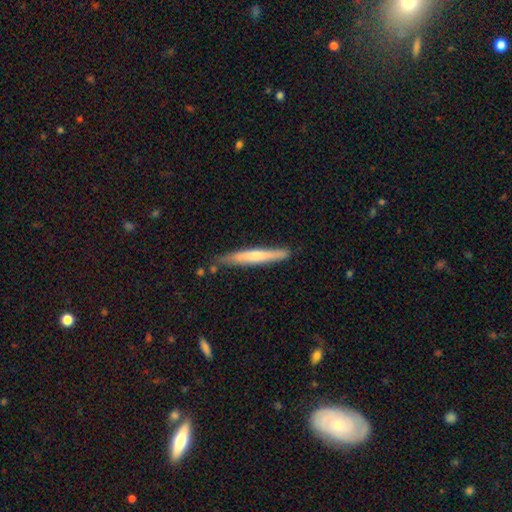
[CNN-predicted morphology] This is possibly a smooth galaxy (57%). How rounded: clearly cigar-shaped (95%). Merging: likely none (78%).